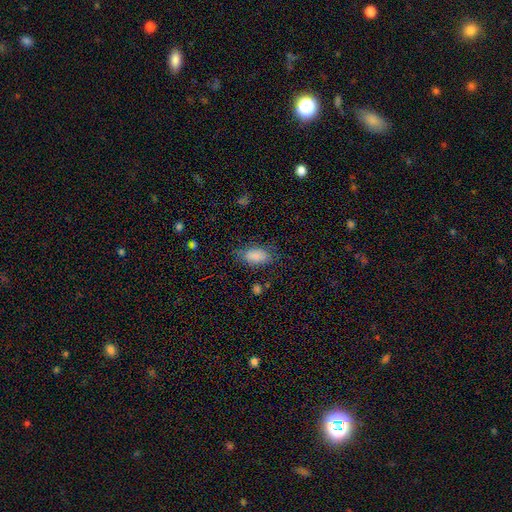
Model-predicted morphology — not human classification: Smooth or featured?
  - smooth: 84% *
  - star or artifact: 9%
  - featured or disk: 7%
How rounded?
  - in between: 92% *
  - round: 5%
  - cigar-shaped: 4%
Merging?
  - none: 71% *
  - minor disturbance: 20%
  - major disturbance: 7%
  - merger: 2%